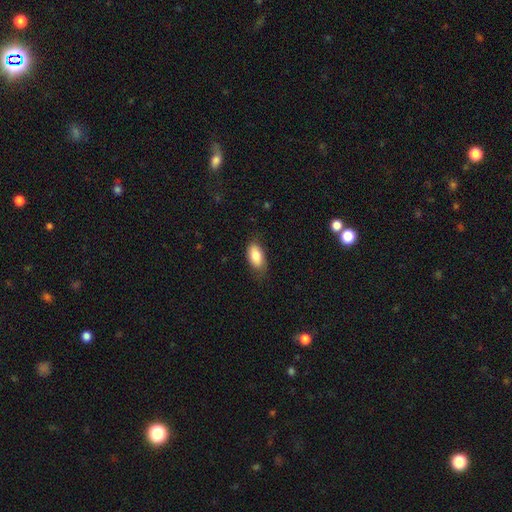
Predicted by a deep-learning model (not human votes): Smooth or featured?
  - smooth: 82% *
  - featured or disk: 12%
  - star or artifact: 7%
How rounded?
  - in between: 93% *
  - cigar-shaped: 4%
  - round: 3%
Merging?
  - none: 72% *
  - minor disturbance: 21%
  - major disturbance: 5%
  - merger: 1%